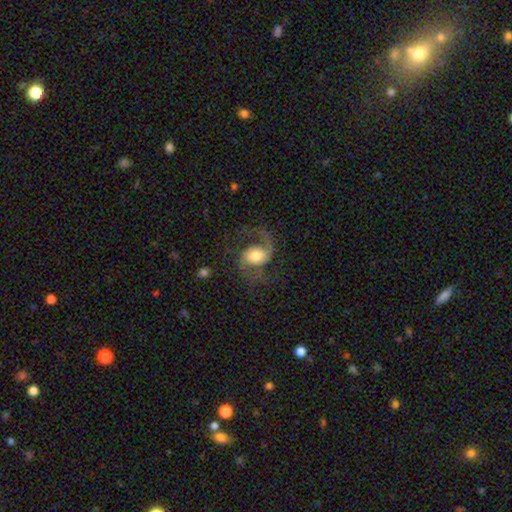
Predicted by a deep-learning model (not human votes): A featured or disk galaxy (79%) with no bar (49%), 2 (85%) loose (50%) spiral arms (95%) and a moderate central bulge (56%). Merging: none (61%).